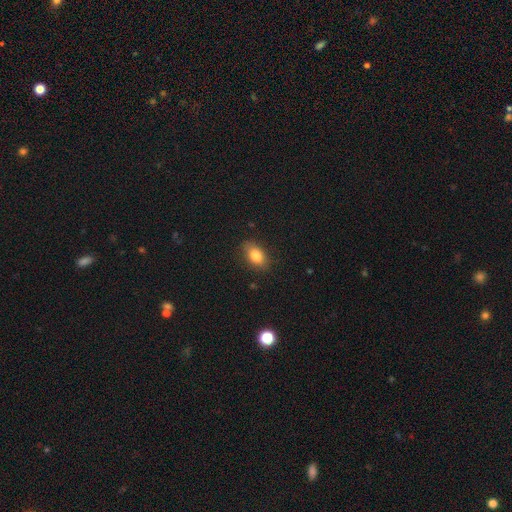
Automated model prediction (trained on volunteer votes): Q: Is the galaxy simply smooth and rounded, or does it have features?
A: smooth — 82%.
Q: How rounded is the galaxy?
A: in between — 85%.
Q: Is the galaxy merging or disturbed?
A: none — 83%.